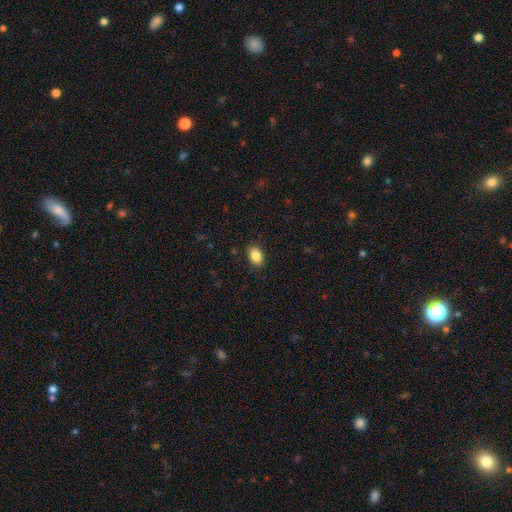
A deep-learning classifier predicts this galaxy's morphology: Smooth or featured?
  - smooth: 87% *
  - star or artifact: 8%
  - featured or disk: 5%
How rounded?
  - in between: 84% *
  - round: 15%
  - cigar-shaped: 1%
Merging?
  - none: 88% *
  - minor disturbance: 9%
  - major disturbance: 2%
  - merger: 1%